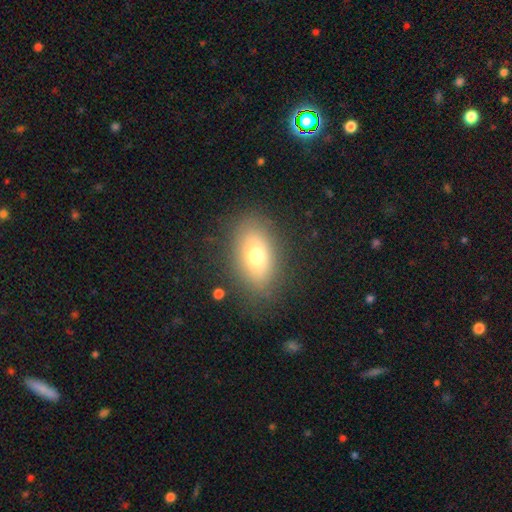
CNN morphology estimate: The model was most divided on "smooth or featured": smooth: 69%, featured or disk: 20%, star or artifact: 11%. More confident: how rounded — in between (87%); merging — none (81%).